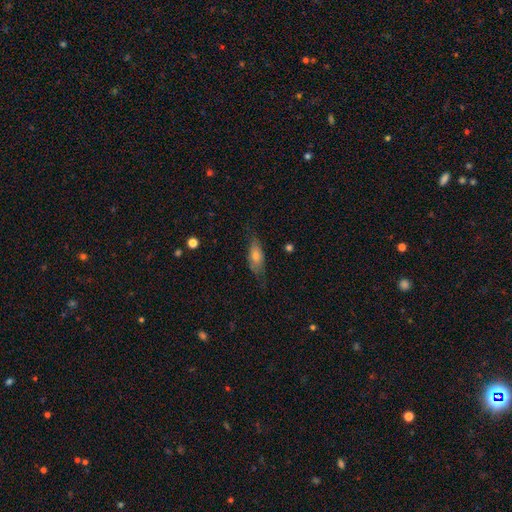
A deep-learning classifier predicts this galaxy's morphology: smooth-or-featured: smooth: 54% | featured or disk: 38% | star or artifact: 8%
  how-rounded: in between: 64% | cigar-shaped: 32% | round: 4%
  merging: none: 71% | minor disturbance: 22% | major disturbance: 6% | merger: 1%